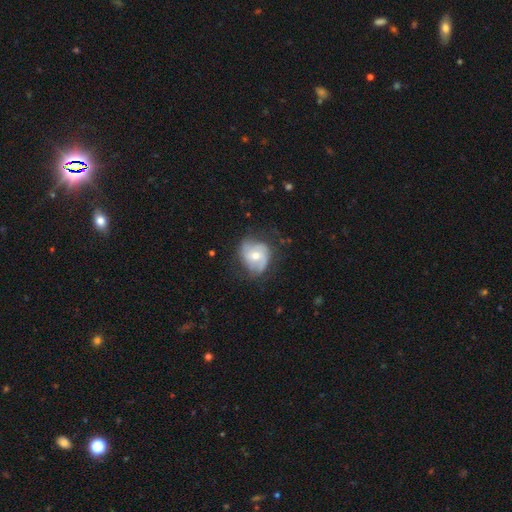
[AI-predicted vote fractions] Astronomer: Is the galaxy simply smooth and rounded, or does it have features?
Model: featured or disk — 66%.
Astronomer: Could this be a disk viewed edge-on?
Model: no — 97%.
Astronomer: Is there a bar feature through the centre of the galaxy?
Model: no — 63%.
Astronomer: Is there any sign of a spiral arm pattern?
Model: yes — 85%.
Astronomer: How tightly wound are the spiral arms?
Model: medium — 43% (runner-up: tight, 31%).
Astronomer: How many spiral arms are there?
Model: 2 — 50%.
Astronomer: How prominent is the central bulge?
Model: moderate — 65%.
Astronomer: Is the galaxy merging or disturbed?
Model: none — 61%.